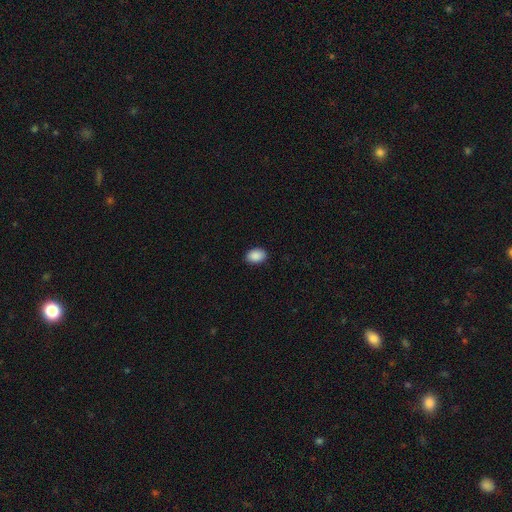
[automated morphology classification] smooth_or_featured: smooth (p=0.90) [alt: star or artifact p=0.07]
how_rounded: in between (p=0.85) [alt: round p=0.14]
merging: none (p=0.89) [alt: minor disturbance p=0.09]